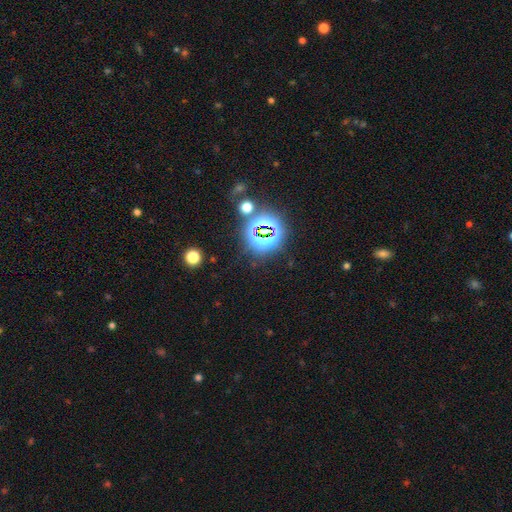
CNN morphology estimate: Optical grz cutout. It shows a star or artifact, not a galaxy (82%).